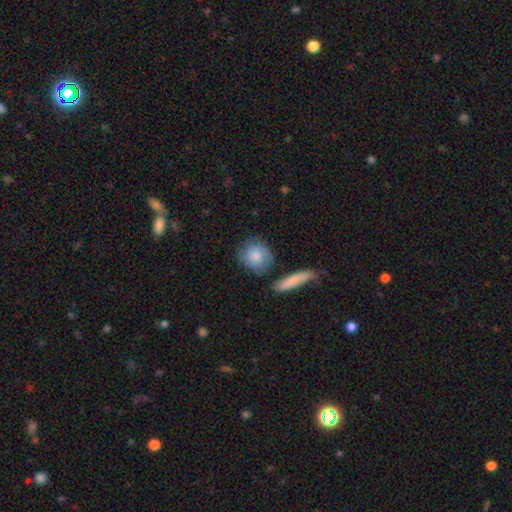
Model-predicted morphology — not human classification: smooth-or-featured: smooth: 58% | featured or disk: 35% | star or artifact: 7%
  how-rounded: round: 78% | in between: 19% | cigar-shaped: 3%
  merging: none: 69% | minor disturbance: 17% | merger: 8% | major disturbance: 6%